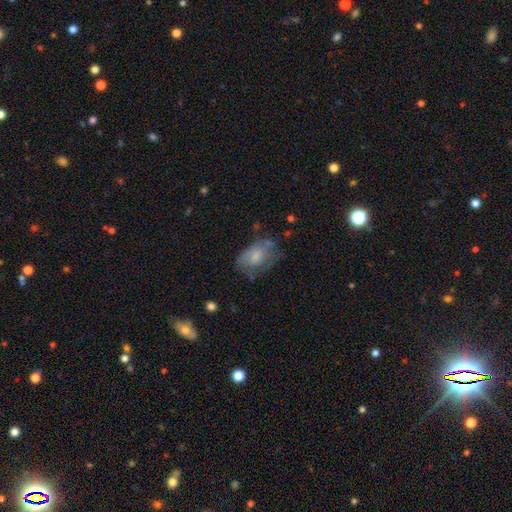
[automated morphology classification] smooth-or-featured: smooth: 58% | featured or disk: 34% | star or artifact: 8%
  how-rounded: in between: 87% | round: 11% | cigar-shaped: 2%
  merging: none: 48% | minor disturbance: 31% | major disturbance: 18% | merger: 3%